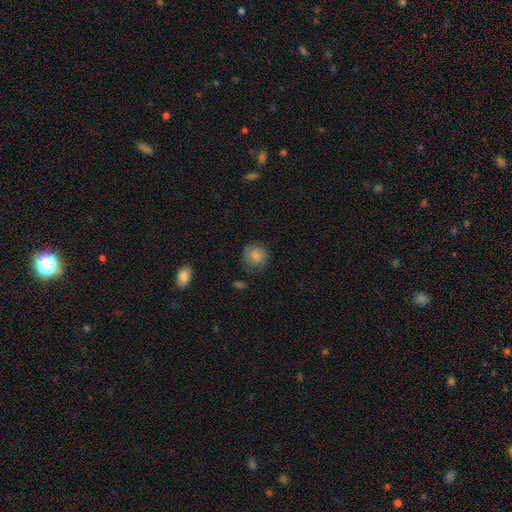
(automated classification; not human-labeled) This is clearly a smooth galaxy (82%). How rounded: clearly round (88%). Merging: likely none (78%).